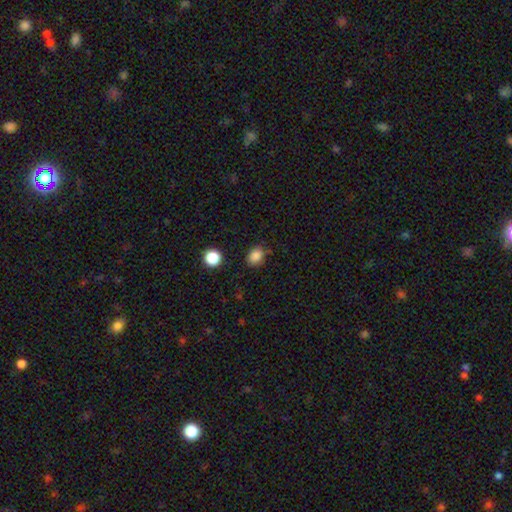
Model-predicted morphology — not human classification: smooth 85%, star or artifact 11%, featured or disk 4%. Down the decision tree: how rounded — in between (52%); merging — none (79%).